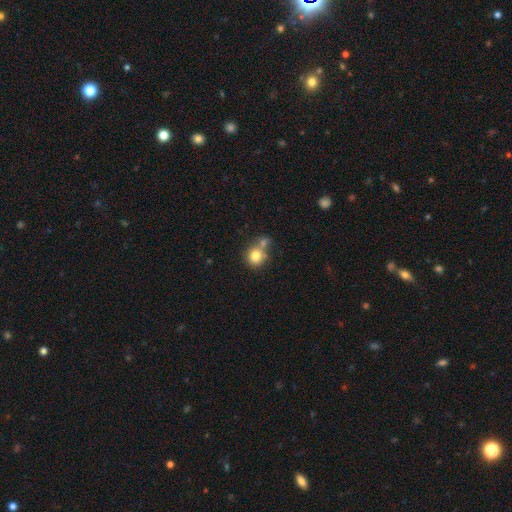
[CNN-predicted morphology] Smooth or featured?
  - smooth: 79% *
  - featured or disk: 10%
  - star or artifact: 10%
How rounded?
  - round: 83% *
  - in between: 16%
  - cigar-shaped: 1%
Merging?
  - none: 47% *
  - merger: 36%
  - minor disturbance: 12%
  - major disturbance: 5%